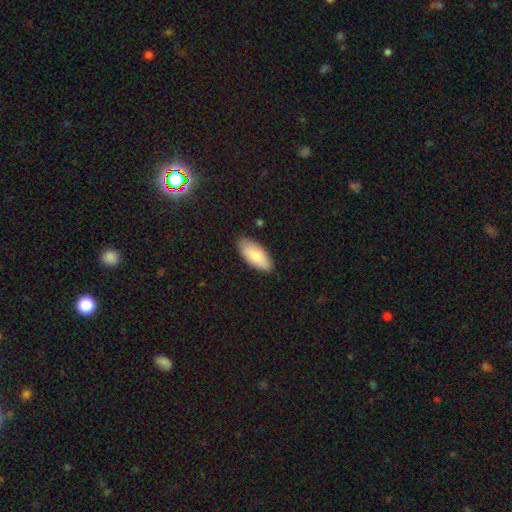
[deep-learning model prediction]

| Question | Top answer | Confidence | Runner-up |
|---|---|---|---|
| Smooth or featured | smooth | 81% | featured or disk (14%) |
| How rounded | in between | 88% | cigar-shaped (10%) |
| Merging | none | 85% | minor disturbance (12%) |